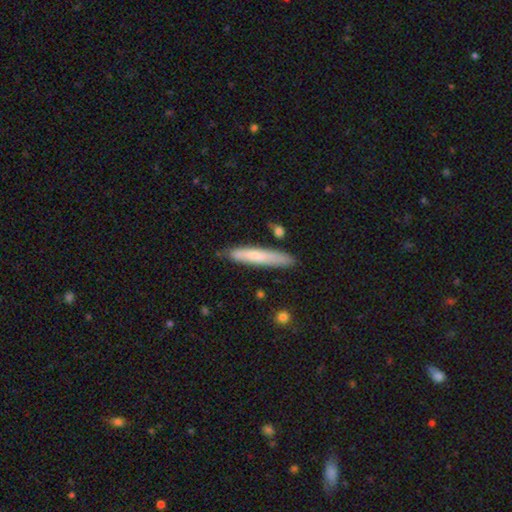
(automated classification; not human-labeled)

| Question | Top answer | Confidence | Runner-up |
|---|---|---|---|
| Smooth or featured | smooth | 70% | featured or disk (24%) |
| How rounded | cigar-shaped | 91% | in between (7%) |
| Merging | none | 79% | minor disturbance (15%) |